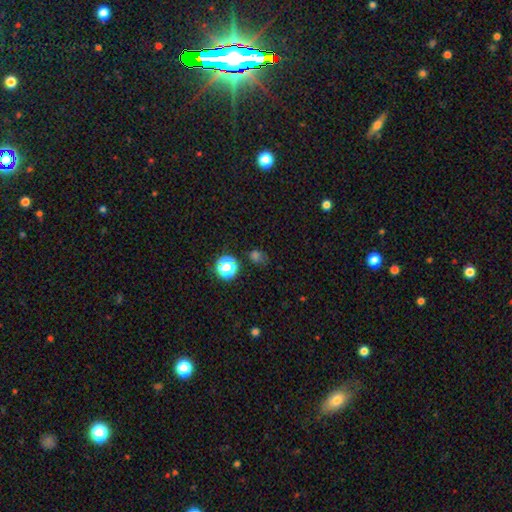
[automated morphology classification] A smooth galaxy with no disk features (55%) that is round (74%). Merging: none (71%).